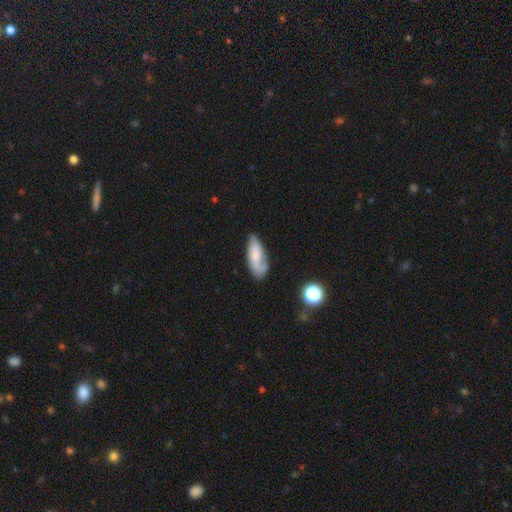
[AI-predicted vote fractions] Q: Smooth or featured?
A: smooth (59%); runner-up: featured or disk (33%)
Q: How rounded?
A: in between (80%); runner-up: cigar-shaped (17%)
Q: Merging?
A: none (56%); runner-up: minor disturbance (29%)